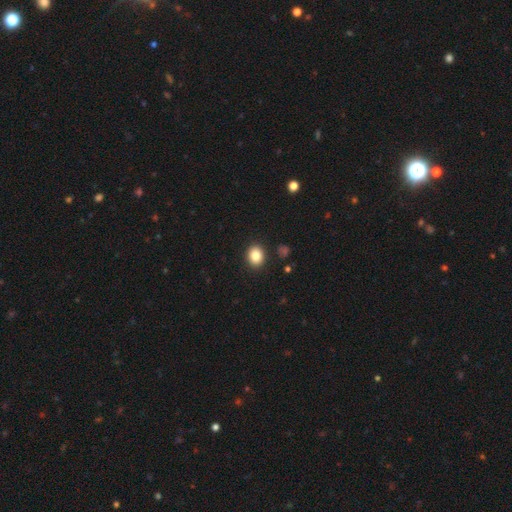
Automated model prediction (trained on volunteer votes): A smooth galaxy with no disk features (84%) that is round (59%). Merging: none (90%).